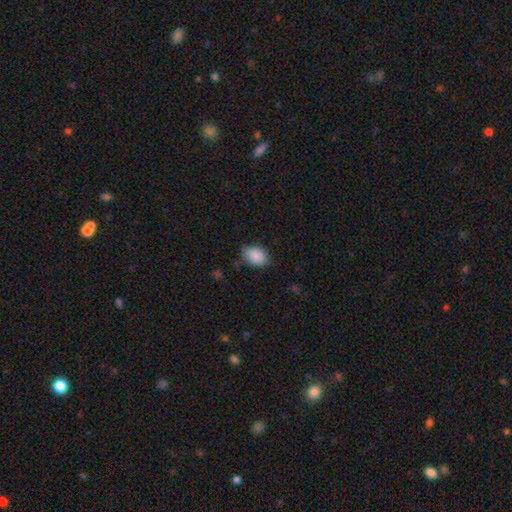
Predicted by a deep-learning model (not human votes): A smooth galaxy with no disk features (88%) that is in between round and cigar-shaped (74%). Merging: none (67%).